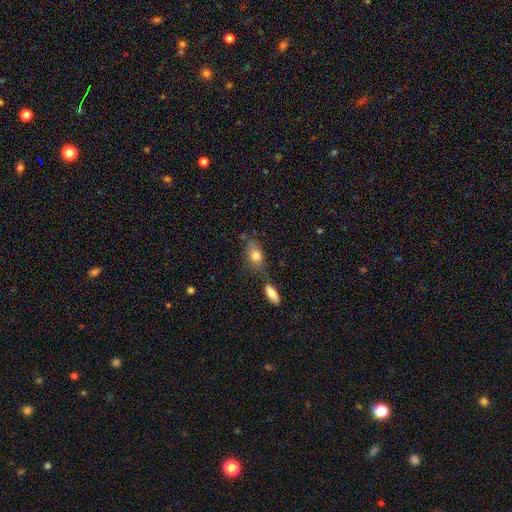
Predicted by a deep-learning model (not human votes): A smooth galaxy with no disk features (77%) that is in between round and cigar-shaped (83%).

Vote fractions:
- Smooth or featured? smooth: 77% / featured or disk: 15% / star or artifact: 8%
- How rounded? in between: 83% / round: 12% / cigar-shaped: 6%
- Merging? none: 53% / merger: 20% / minor disturbance: 20% / major disturbance: 7%